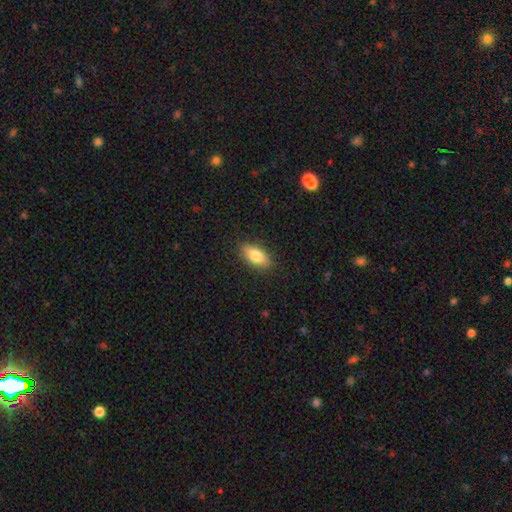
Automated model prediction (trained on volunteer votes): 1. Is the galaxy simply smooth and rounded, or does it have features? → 80% smooth, 13% featured or disk, 7% star or artifact.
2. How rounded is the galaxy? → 88% in between, 7% cigar-shaped, 5% round.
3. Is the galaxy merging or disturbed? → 87% none, 9% minor disturbance, 2% major disturbance, 1% merger.